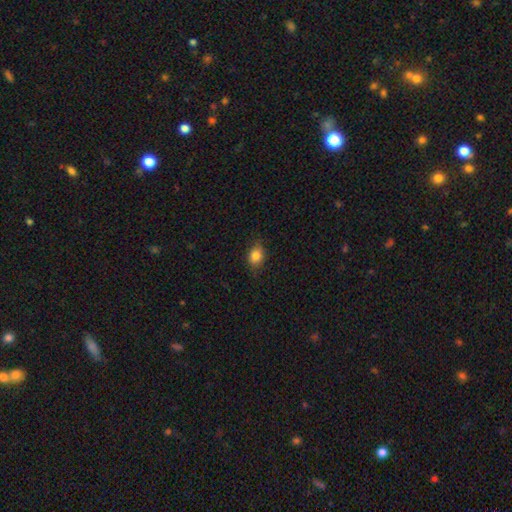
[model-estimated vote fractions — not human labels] Smooth or featured?
  - smooth: 84% *
  - star or artifact: 9%
  - featured or disk: 6%
How rounded?
  - in between: 61% *
  - round: 38%
  - cigar-shaped: 2%
Merging?
  - none: 79% *
  - minor disturbance: 17%
  - major disturbance: 3%
  - merger: 1%